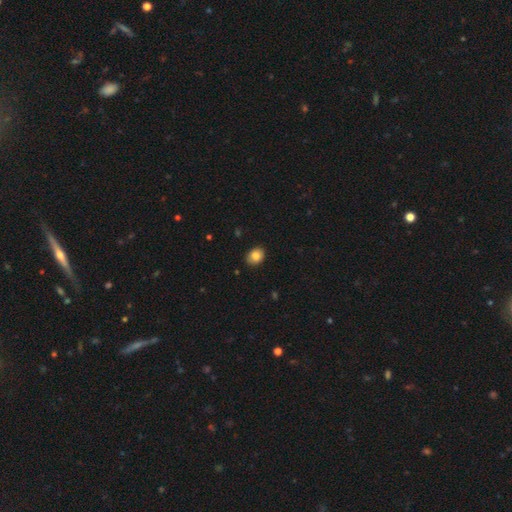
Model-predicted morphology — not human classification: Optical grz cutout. It shows a smooth galaxy with no disk features (84%) that is in between round and cigar-shaped (60%). Merging: none (88%).